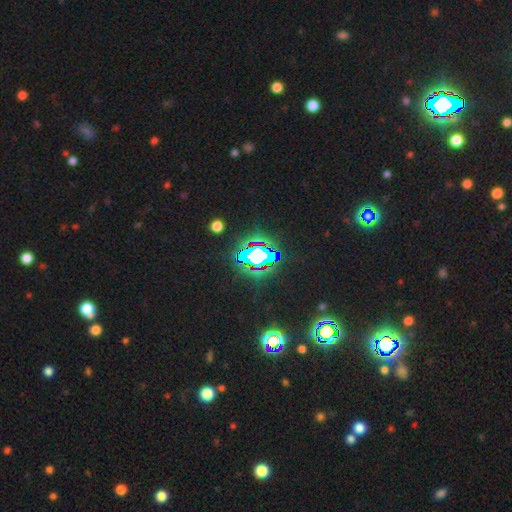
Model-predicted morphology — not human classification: A star or artifact, not a galaxy (70%).

Vote fractions:
- Smooth or featured? star or artifact: 70% / smooth: 17% / featured or disk: 13%